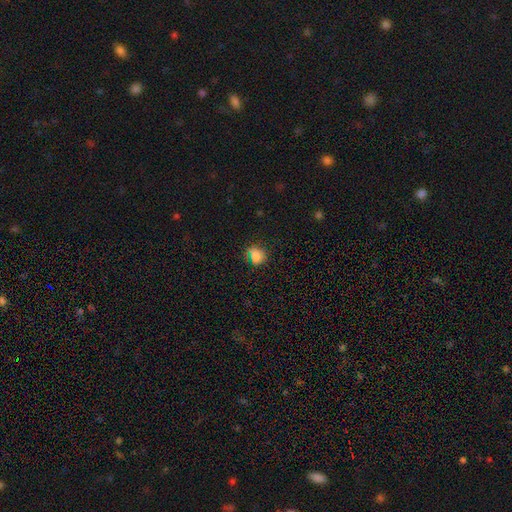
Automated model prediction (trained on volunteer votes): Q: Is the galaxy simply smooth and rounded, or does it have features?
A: smooth — 74%.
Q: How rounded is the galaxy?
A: round — 77%.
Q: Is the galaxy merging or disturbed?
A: none — 75%.